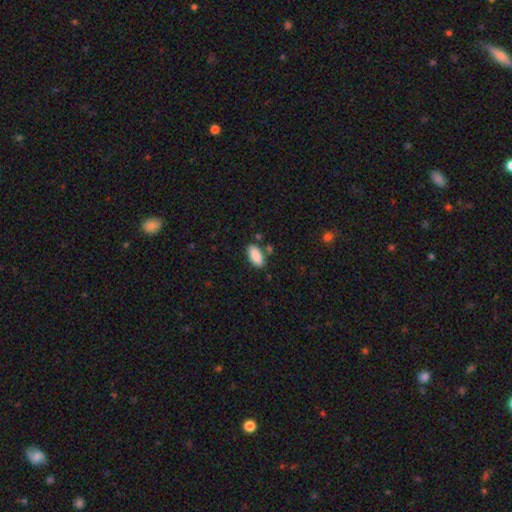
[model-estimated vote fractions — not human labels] This is clearly a smooth galaxy (88%). How rounded: clearly in between (91%). Merging: clearly none (81%).